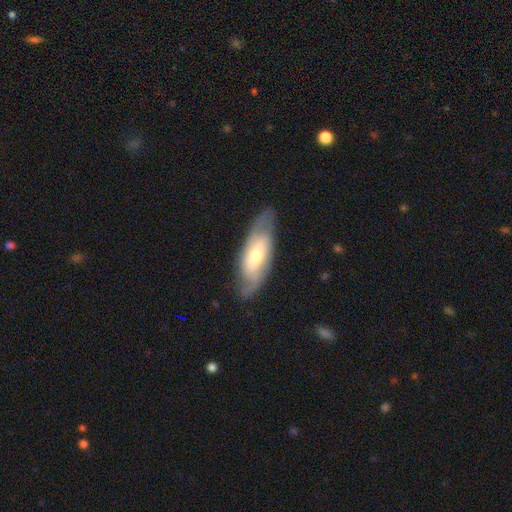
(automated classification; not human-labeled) Overall: featured or disk (63%; smooth 31%). Edge-on disk: no (80%). Bar: weak (38%; no 37%). Spiral arms: yes (73%). Bulge size: moderate (55%; small 36%). Merging: none (77%).